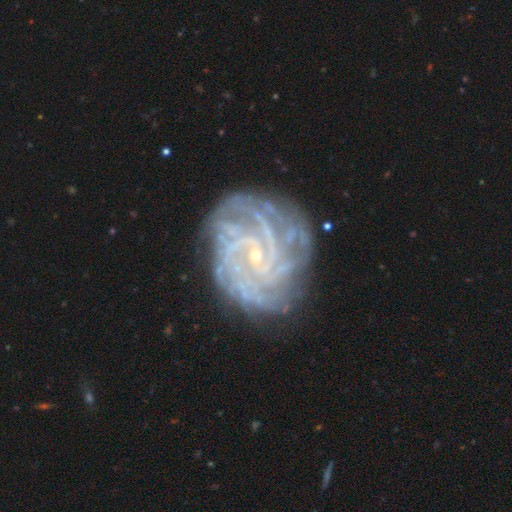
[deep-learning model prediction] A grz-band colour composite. It shows a featured or disk galaxy (89%) with no bar (54%), 4 (24%) tight (74%) spiral arms (98%) and a small central bulge (86%). Merging: none (78%).